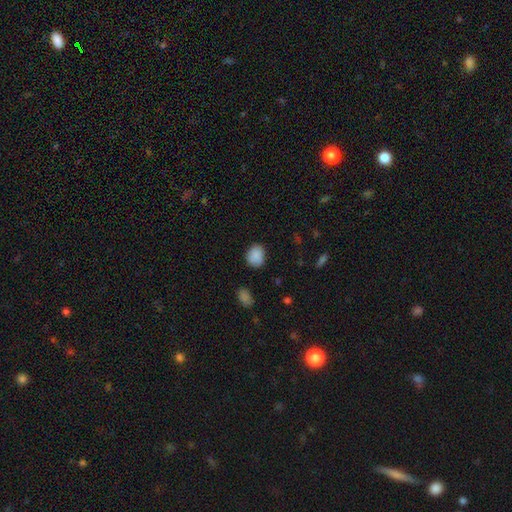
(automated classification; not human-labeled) The model was most divided on "how rounded": round: 52%, in between: 47%, cigar-shaped: 1%. More confident: smooth or featured — smooth (88%); merging — none (76%).